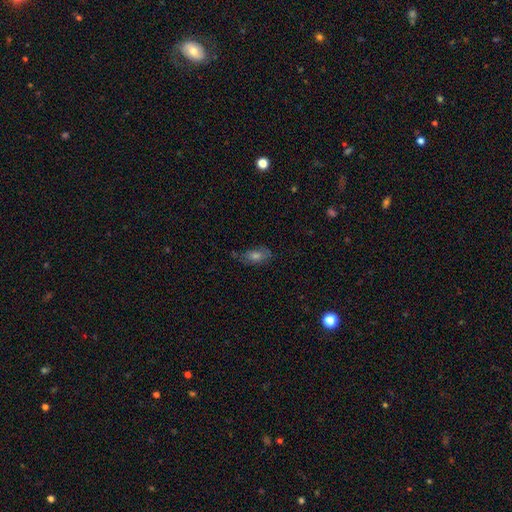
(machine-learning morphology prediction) Overall: smooth (51%; featured or disk 29%). How rounded: in between (80%). Merging: none (70%).